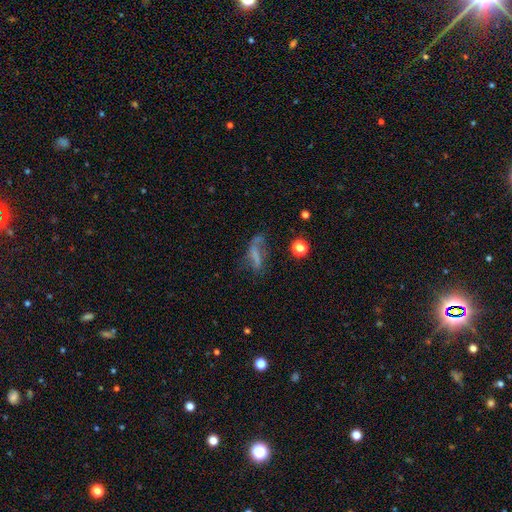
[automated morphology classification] This is possibly a smooth galaxy (45%). Merging: marginally none (36%).